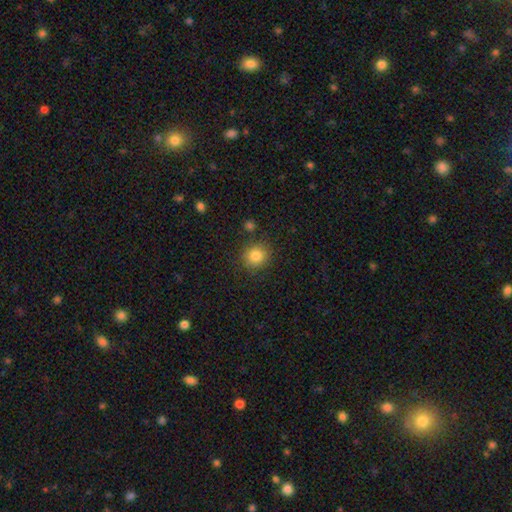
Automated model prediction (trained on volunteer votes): Smooth or featured? Predicted: smooth (p=0.84). How rounded? Predicted: round (p=0.82). Merging? Predicted: none (p=0.85).